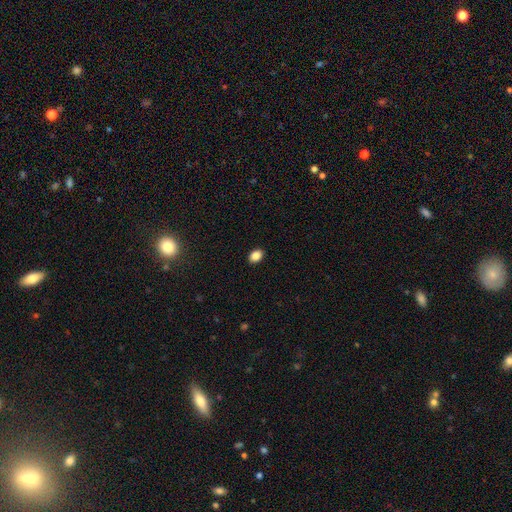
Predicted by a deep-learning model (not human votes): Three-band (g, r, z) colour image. It shows a smooth galaxy with no disk features (86%) that is in between round and cigar-shaped (77%). Merging: none (90%).